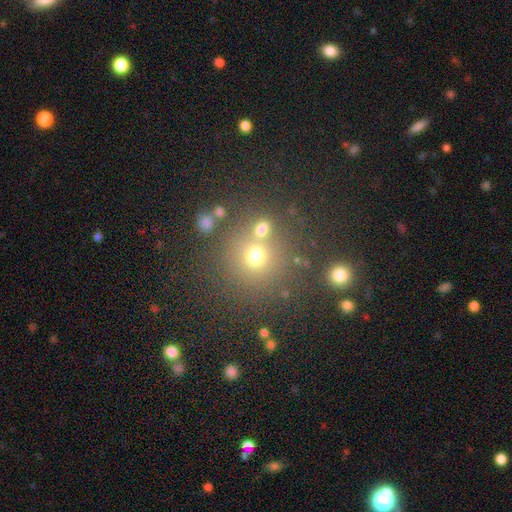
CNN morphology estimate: Smooth or featured? Predicted: smooth (p=0.67). How rounded? Predicted: round (p=0.91). Merging? Predicted: none (p=0.70).